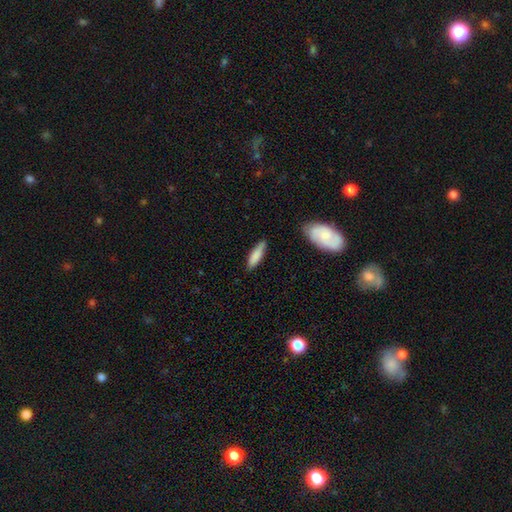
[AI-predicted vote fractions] smooth 81%, featured or disk 13%, star or artifact 6%. Down the decision tree: how rounded — cigar-shaped (65%); merging — none (81%).